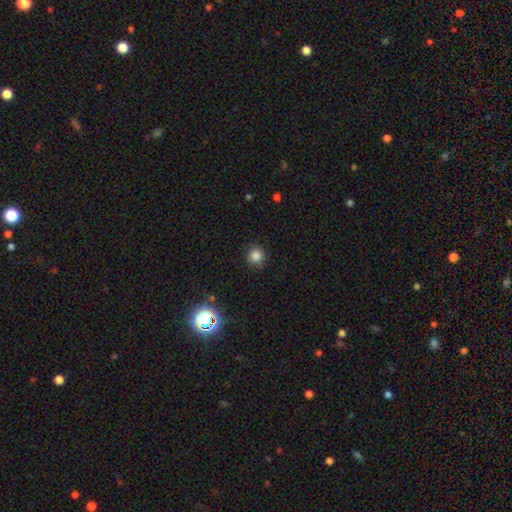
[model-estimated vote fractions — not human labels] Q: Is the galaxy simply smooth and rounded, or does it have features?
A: smooth — 83%.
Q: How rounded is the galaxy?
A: round — 93%.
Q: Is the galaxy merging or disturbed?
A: none — 90%.